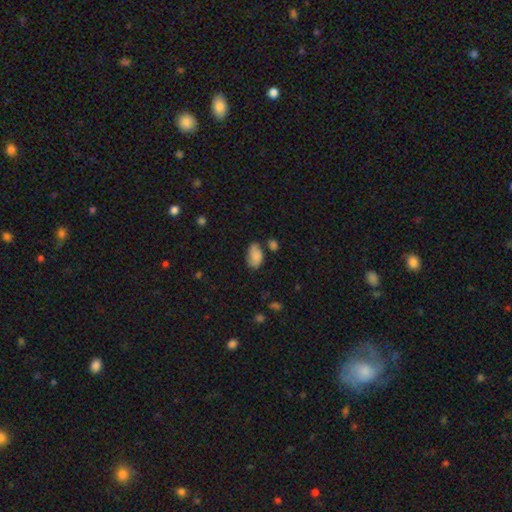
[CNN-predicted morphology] This is likely a smooth galaxy (77%). How rounded: clearly in between (89%). Merging: possibly none (51%).